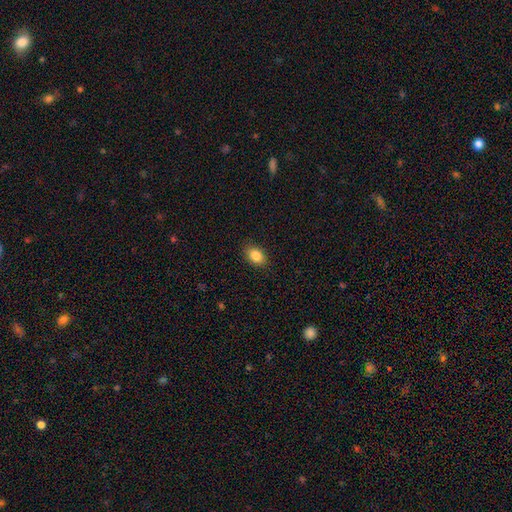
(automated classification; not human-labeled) smooth-or-featured: smooth: 86% | star or artifact: 9% | featured or disk: 5%
  how-rounded: in between: 83% | round: 16% | cigar-shaped: 1%
  merging: none: 87% | minor disturbance: 9% | major disturbance: 2% | merger: 1%